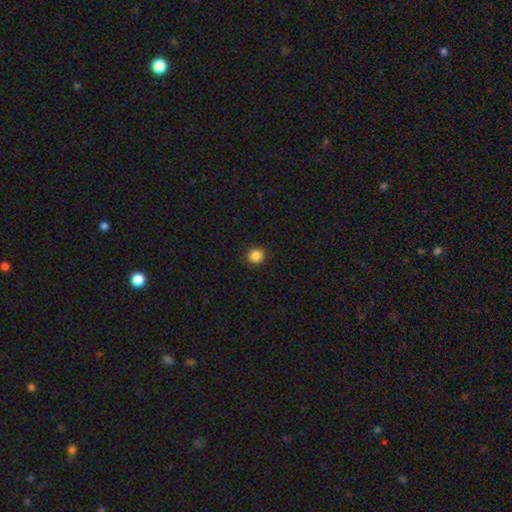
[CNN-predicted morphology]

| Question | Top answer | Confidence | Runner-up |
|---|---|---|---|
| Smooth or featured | smooth | 87% | star or artifact (10%) |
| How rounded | round | 88% | in between (11%) |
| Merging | none | 91% | minor disturbance (6%) |